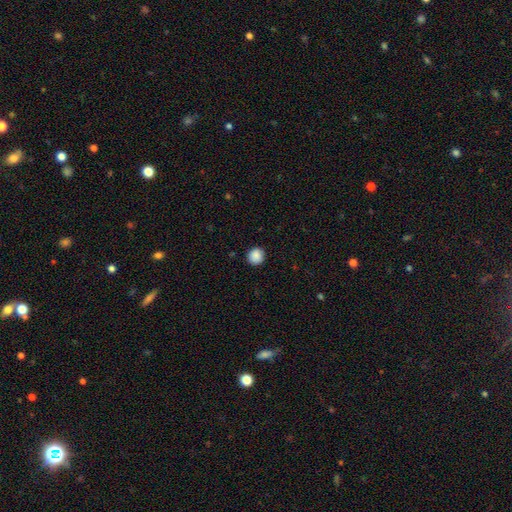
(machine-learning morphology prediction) Smooth or featured? Predicted: smooth (p=0.88). How rounded? Predicted: round (p=0.92). Merging? Predicted: none (p=0.90).